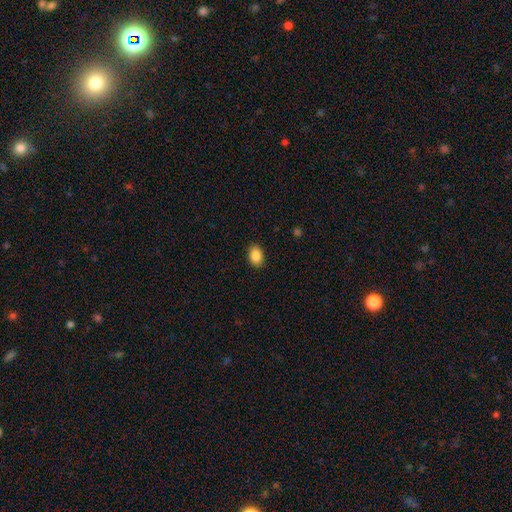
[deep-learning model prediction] Smooth or featured: smooth — 87% (star or artifact — 8%)
How rounded: in between — 80% (round — 19%)
Merging: none — 88% (minor disturbance — 9%)